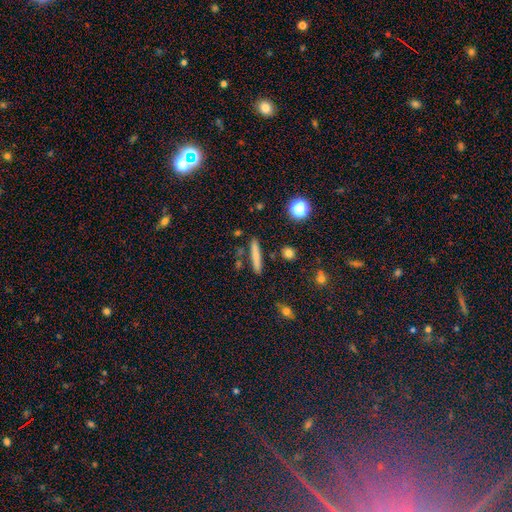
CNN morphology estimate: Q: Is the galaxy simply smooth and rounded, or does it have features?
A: smooth — 71%.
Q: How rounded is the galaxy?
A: cigar-shaped — 91%.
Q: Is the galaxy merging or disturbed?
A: none — 86%.